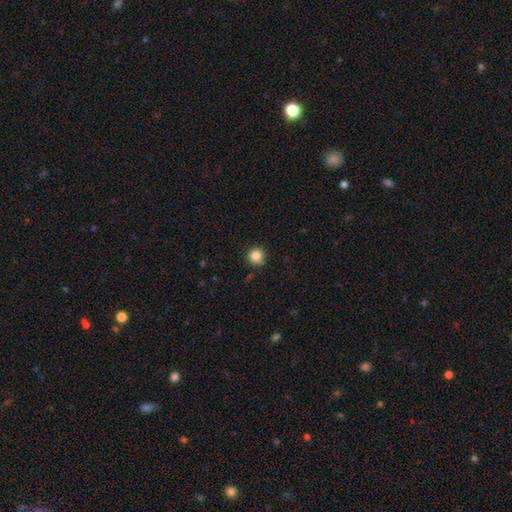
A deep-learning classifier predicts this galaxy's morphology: This appears to be a smooth galaxy with no disk features (85%) that is round (93%). Merging: none (85%).